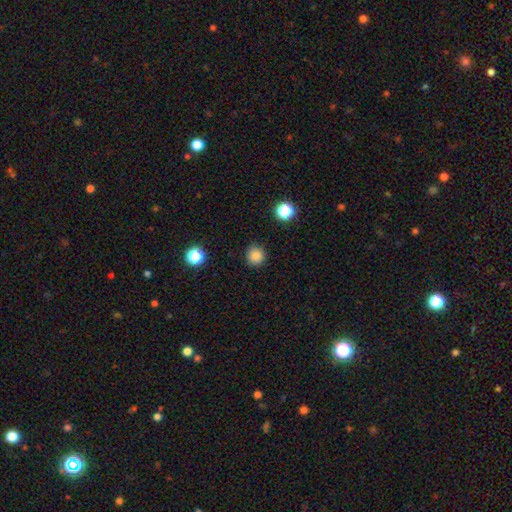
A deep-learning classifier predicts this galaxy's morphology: A smooth galaxy with no disk features (83%) that is round (92%). Merging: none (88%).